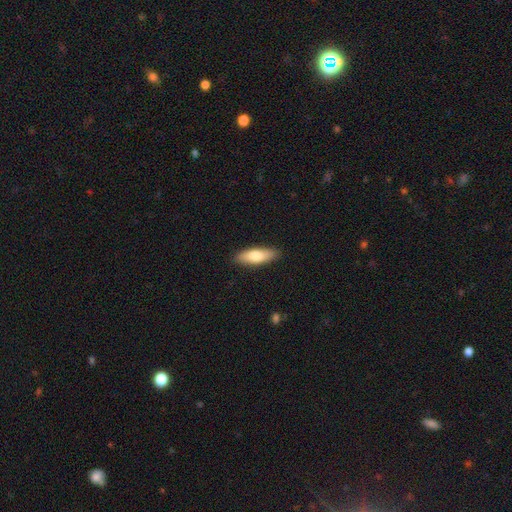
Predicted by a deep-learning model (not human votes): Smooth or featured?
  - smooth: 77% *
  - featured or disk: 18%
  - star or artifact: 5%
How rounded?
  - in between: 54% *
  - cigar-shaped: 44%
  - round: 2%
Merging?
  - none: 89% *
  - minor disturbance: 9%
  - major disturbance: 2%
  - merger: 1%